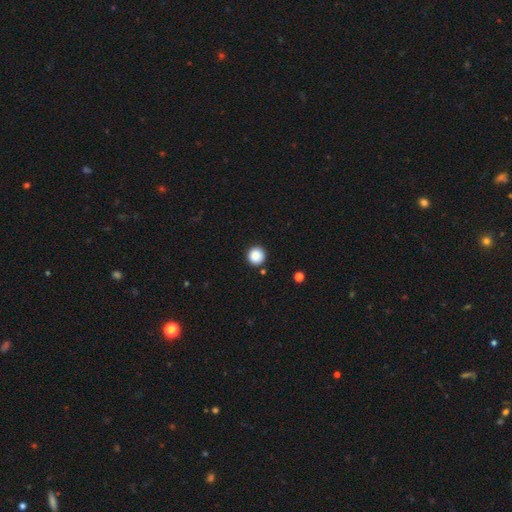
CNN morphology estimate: This is clearly a smooth galaxy (88%). How rounded: clearly round (96%). Merging: clearly none (91%).